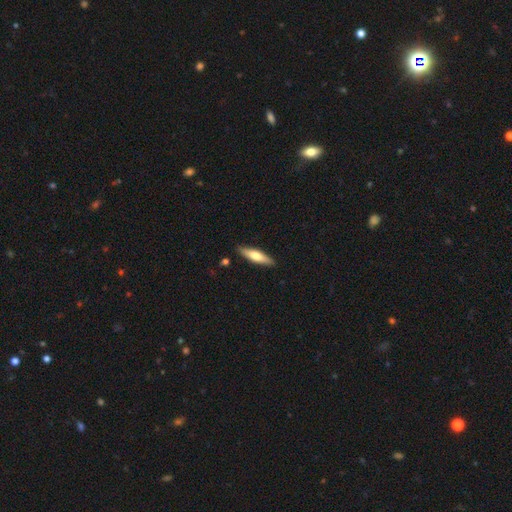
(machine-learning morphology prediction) Q: Smooth or featured?
A: smooth (53%); runner-up: featured or disk (41%)
Q: How rounded?
A: cigar-shaped (74%); runner-up: in between (25%)
Q: Merging?
A: none (88%); runner-up: minor disturbance (8%)